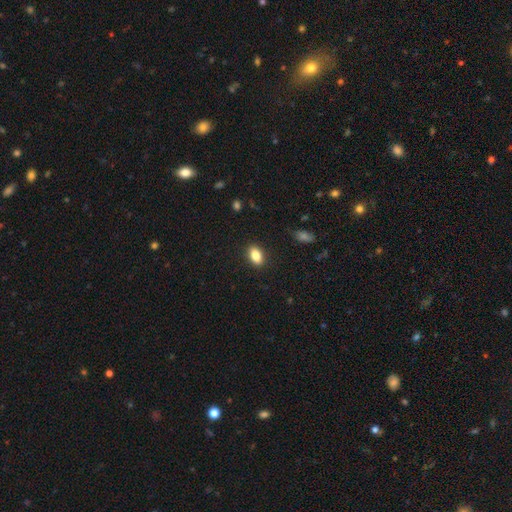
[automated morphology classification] Overall: smooth (84%). How rounded: in between (88%). Merging: none (88%).